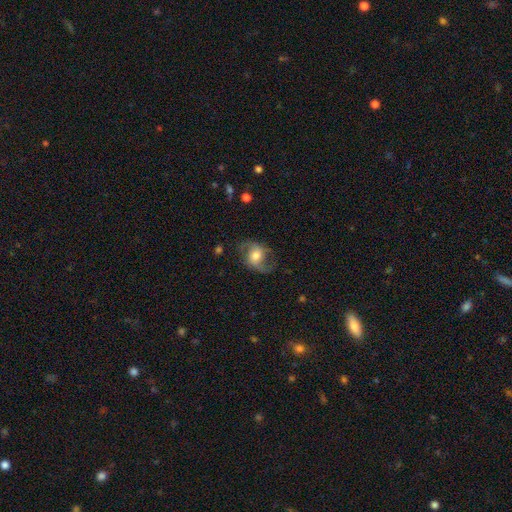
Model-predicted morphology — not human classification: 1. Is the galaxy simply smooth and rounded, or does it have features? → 67% featured or disk, 25% smooth, 8% star or artifact.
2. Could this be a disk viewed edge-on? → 96% no, 4% yes.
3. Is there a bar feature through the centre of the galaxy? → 55% no, 33% weak, 11% strong.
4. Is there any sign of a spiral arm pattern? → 88% yes, 12% no.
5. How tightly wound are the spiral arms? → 51% loose, 40% medium, 10% tight.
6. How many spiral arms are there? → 89% 2, 5% can't tell, 4% 1, 1% 3, 1% 4, 1% more than 4.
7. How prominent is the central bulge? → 58% moderate, 19% large, 18% small, 3% dominant, 2% none.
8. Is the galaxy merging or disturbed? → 68% none, 18% minor disturbance, 13% major disturbance, 1% merger.